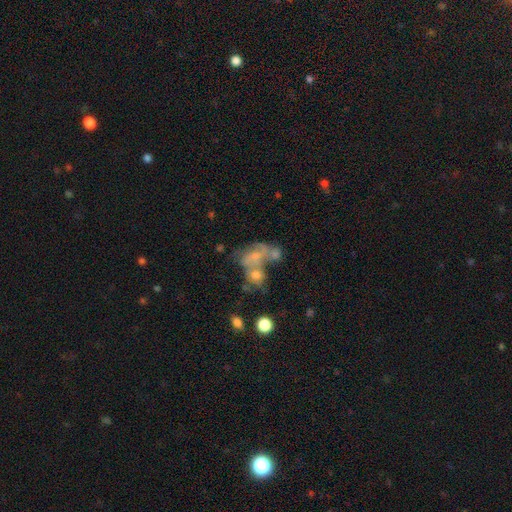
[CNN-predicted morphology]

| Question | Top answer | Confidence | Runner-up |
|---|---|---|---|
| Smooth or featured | smooth | 47% | featured or disk (39%) |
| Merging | merger | 53% | none (18%) |